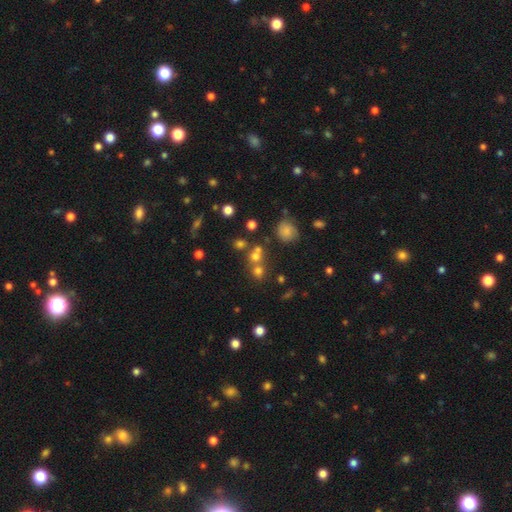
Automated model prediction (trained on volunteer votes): smooth 62%, star or artifact 24%, featured or disk 14%. Down the decision tree: how rounded — round (83%); merging — none (49%).